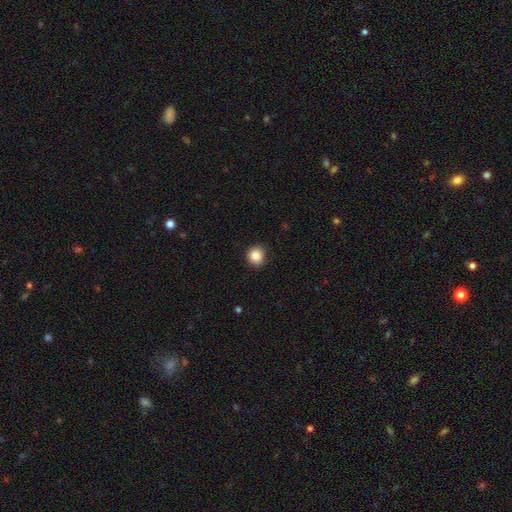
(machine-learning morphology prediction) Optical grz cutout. It shows a smooth galaxy with no disk features (87%) that is round (88%). Merging: none (89%).